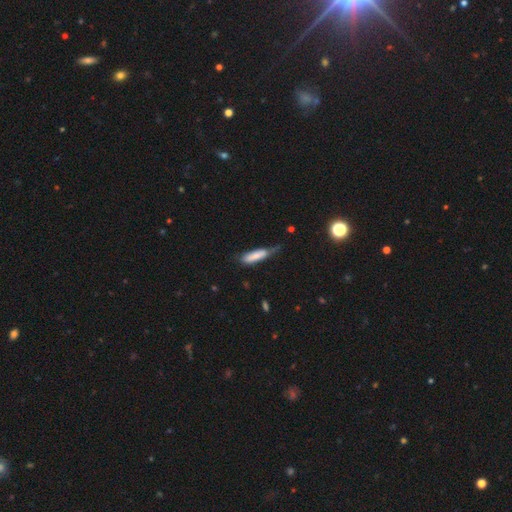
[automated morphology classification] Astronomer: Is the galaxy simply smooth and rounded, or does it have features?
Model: smooth — 76%.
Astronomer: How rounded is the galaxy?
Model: cigar-shaped — 66%.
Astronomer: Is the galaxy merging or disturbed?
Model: minor disturbance — 41% (runner-up: none, 40%).